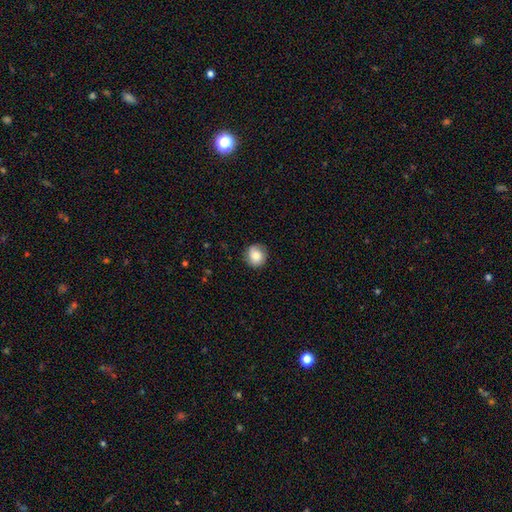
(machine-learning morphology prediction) This is likely a smooth galaxy (77%). How rounded: clearly round (88%). Merging: clearly none (81%).